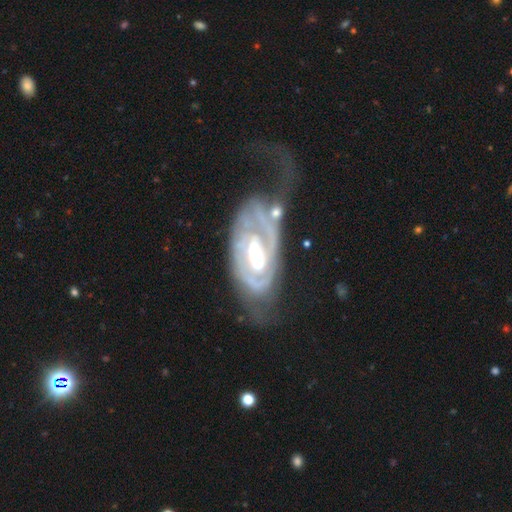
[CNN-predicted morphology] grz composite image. It shows a featured or disk galaxy (86%) with a weak bar (42%), 2 (45%) tight (58%) spiral arms (90%) and a small central bulge (48%). Merging: major disturbance (34%).